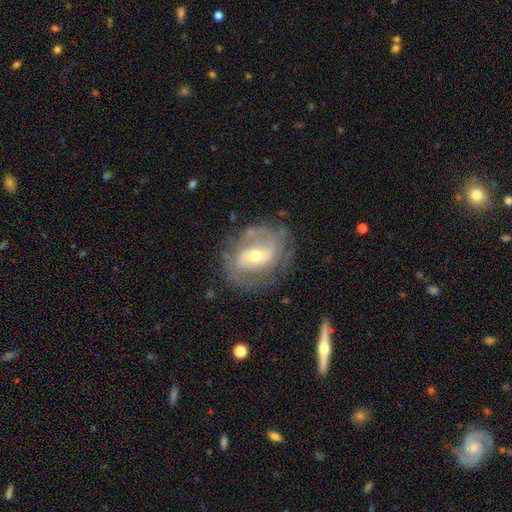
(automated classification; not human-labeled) Q: Smooth or featured?
A: featured or disk (76%); runner-up: smooth (16%)
Q: Edge-on disk?
A: no (93%); runner-up: yes (7%)
Q: Bar?
A: weak (41%); runner-up: strong (31%)
Q: Spiral arms?
A: yes (78%); runner-up: no (22%)
Q: Spiral winding?
A: tight (47%); runner-up: medium (36%)
Q: Spiral arm count?
A: 2 (54%); runner-up: can't tell (29%)
Q: Bulge size?
A: moderate (54%); runner-up: small (42%)
Q: Merging?
A: none (71%); runner-up: minor disturbance (18%)